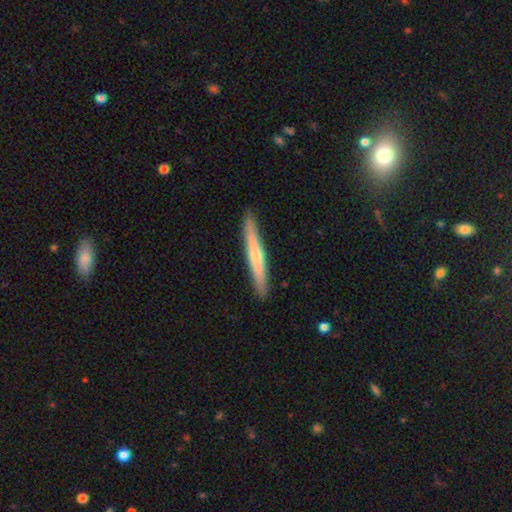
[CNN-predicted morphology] A smooth galaxy with no disk features (51%) that is cigar-shaped (96%).

Vote fractions:
- Smooth or featured? smooth: 51% / featured or disk: 45% / star or artifact: 5%
- How rounded? cigar-shaped: 96% / in between: 3% / round: 1%
- Merging? none: 91% / minor disturbance: 7% / major disturbance: 1% / merger: 1%